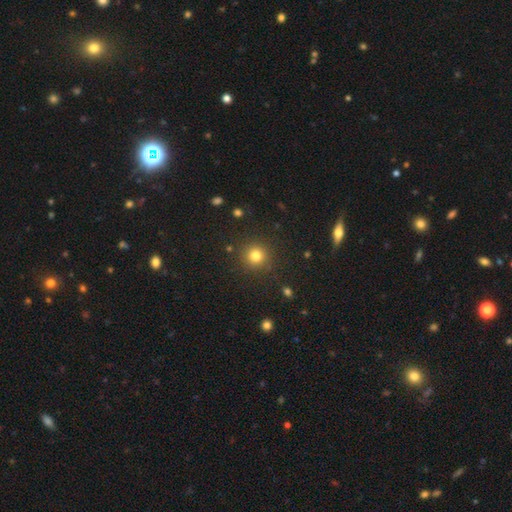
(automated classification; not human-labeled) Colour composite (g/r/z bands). It shows a smooth galaxy with no disk features (80%) that is round (94%). Merging: none (90%).